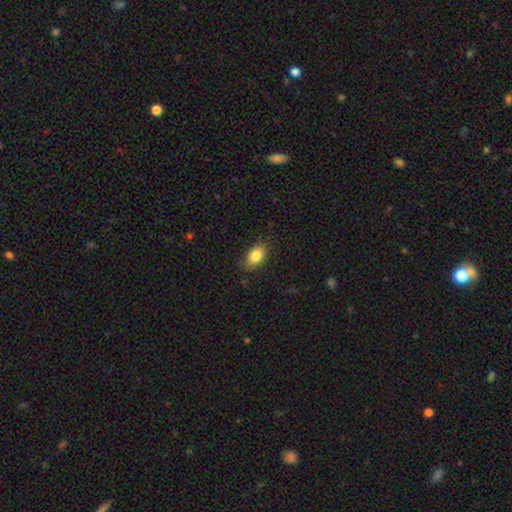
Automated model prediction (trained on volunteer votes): This appears to be a smooth galaxy with no disk features (83%) that is in between round and cigar-shaped (87%). Merging: none (83%).